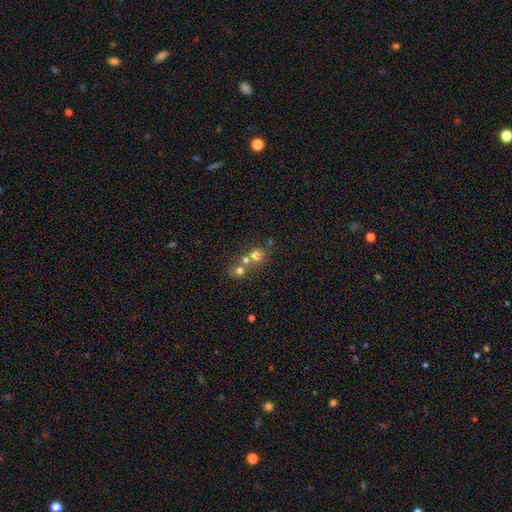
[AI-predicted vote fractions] This appears to be a smooth galaxy with no disk features (67%) that is round (85%). Merging: merger (50%).